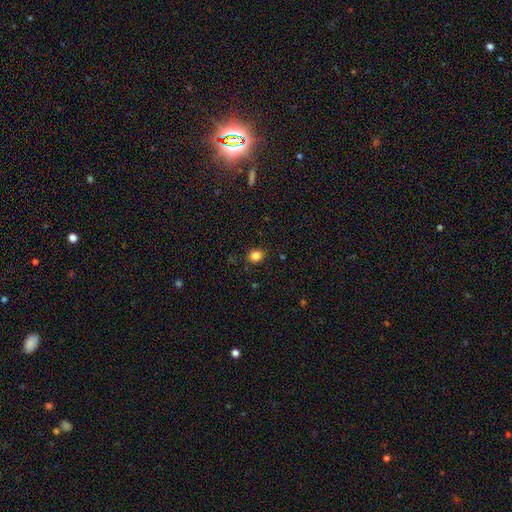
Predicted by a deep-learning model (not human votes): A smooth galaxy with no disk features (84%) that is round (65%).

Vote fractions:
- Smooth or featured? smooth: 84% / star or artifact: 11% / featured or disk: 4%
- How rounded? round: 65% / in between: 34% / cigar-shaped: 1%
- Merging? none: 88% / minor disturbance: 9% / major disturbance: 2% / merger: 1%